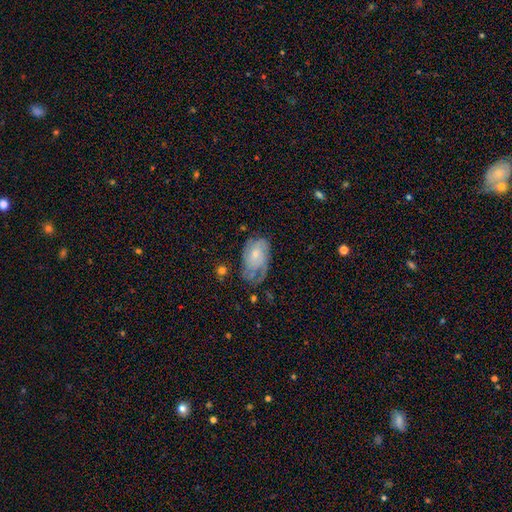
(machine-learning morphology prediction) This is possibly a featured or disk galaxy (57%). It is clearly not viewed edge-on (96%). Bar: likely no (73%). Spiral arm pattern: likely yes (78%). Central bulge: possibly small (55%). Merging: marginally none (38%).